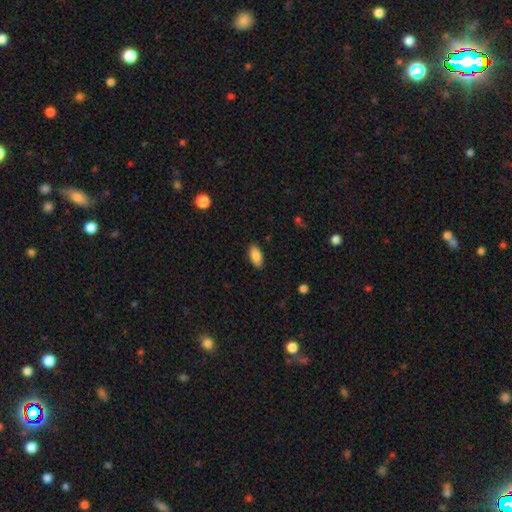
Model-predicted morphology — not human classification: Smooth or featured? smooth (87%)
How rounded? in between (90%)
Merging? none (88%)